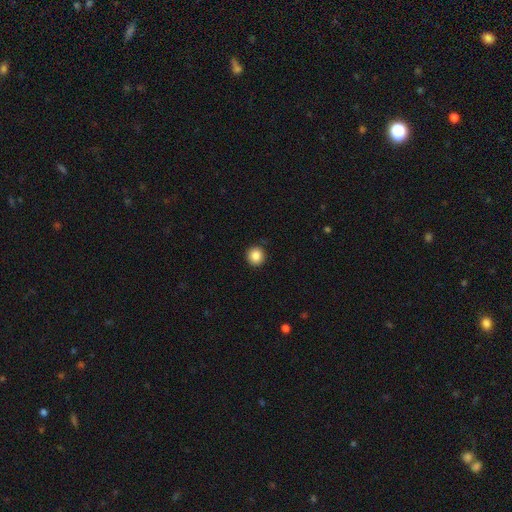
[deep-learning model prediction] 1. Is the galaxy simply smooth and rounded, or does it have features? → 86% smooth, 10% star or artifact, 4% featured or disk.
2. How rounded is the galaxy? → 94% round, 6% in between, 1% cigar-shaped.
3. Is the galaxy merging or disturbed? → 90% none, 7% minor disturbance, 2% major disturbance, 1% merger.